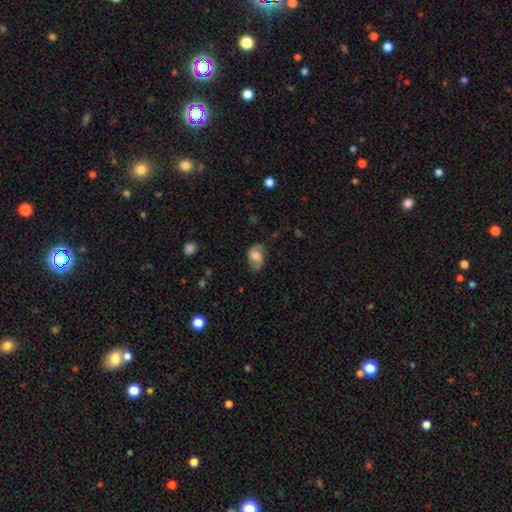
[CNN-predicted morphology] This appears to be a smooth galaxy with no disk features (52%) that is in between round and cigar-shaped (81%). Merging: none (62%).